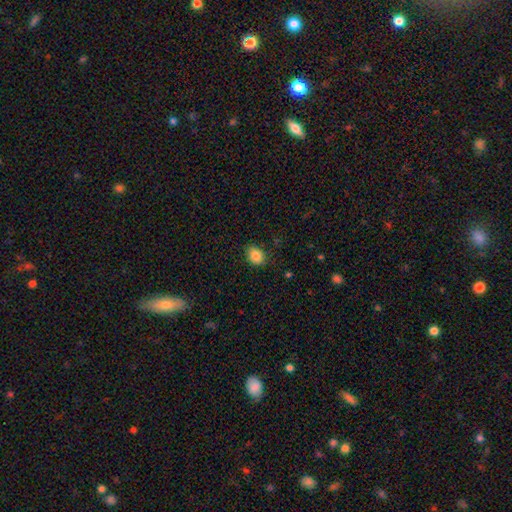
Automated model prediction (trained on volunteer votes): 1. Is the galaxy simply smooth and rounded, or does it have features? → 86% smooth, 9% star or artifact, 5% featured or disk.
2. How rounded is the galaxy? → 60% in between, 39% round, 1% cigar-shaped.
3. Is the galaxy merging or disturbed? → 83% none, 13% minor disturbance, 3% major disturbance, 1% merger.